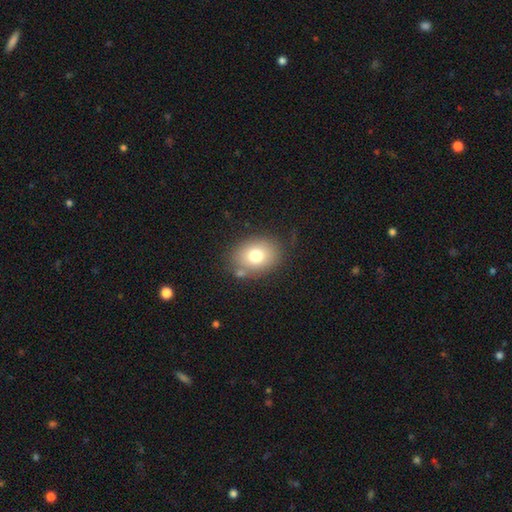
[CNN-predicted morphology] Smooth or featured? Predicted: smooth (p=0.77). How rounded? Predicted: in between (p=0.58). Merging? Predicted: none (p=0.76).